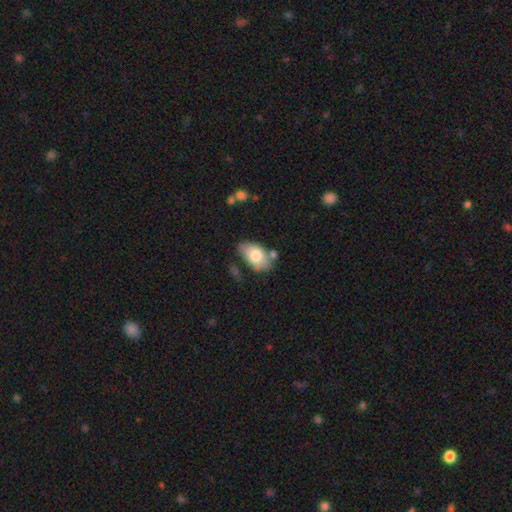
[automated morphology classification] smooth_or_featured: smooth (p=0.75) [alt: featured or disk p=0.19]
how_rounded: in between (p=0.92) [alt: round p=0.06]
merging: none (p=0.58) [alt: minor disturbance p=0.25]